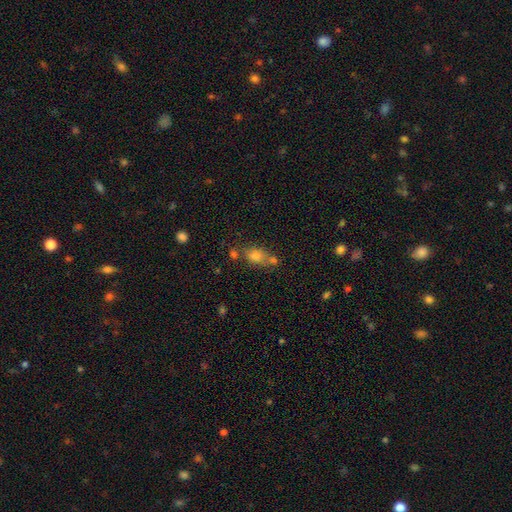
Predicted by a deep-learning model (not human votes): This appears to be a smooth galaxy with no disk features (72%) that is in between round and cigar-shaped (60%). Merging: none (54%).